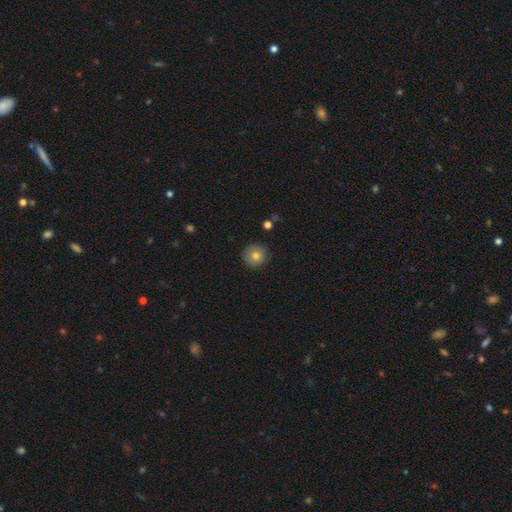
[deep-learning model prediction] Smooth or featured: smooth — 79% (featured or disk — 11%)
How rounded: round — 93% (in between — 6%)
Merging: none — 88% (minor disturbance — 9%)